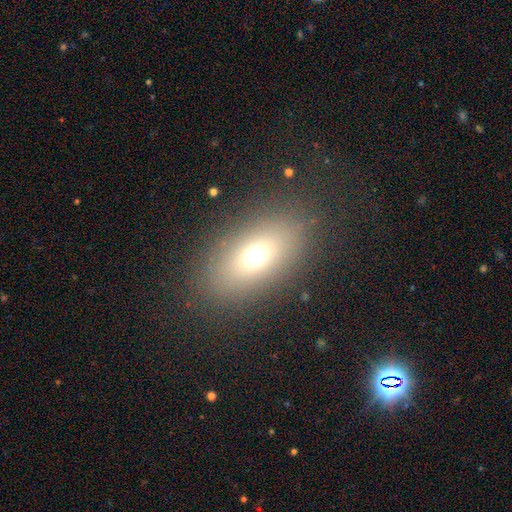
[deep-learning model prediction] A smooth galaxy with no disk features (68%) that is in between round and cigar-shaped (83%). Merging: none (84%).